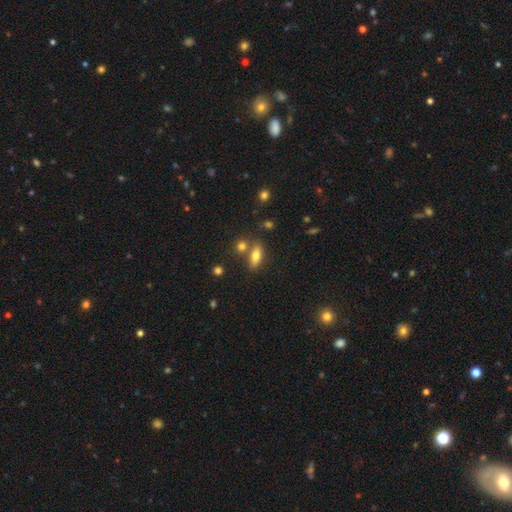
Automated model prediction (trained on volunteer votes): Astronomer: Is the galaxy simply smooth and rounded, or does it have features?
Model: smooth — 74%.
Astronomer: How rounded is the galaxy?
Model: in between — 70%.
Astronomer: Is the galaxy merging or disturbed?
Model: none — 67%.